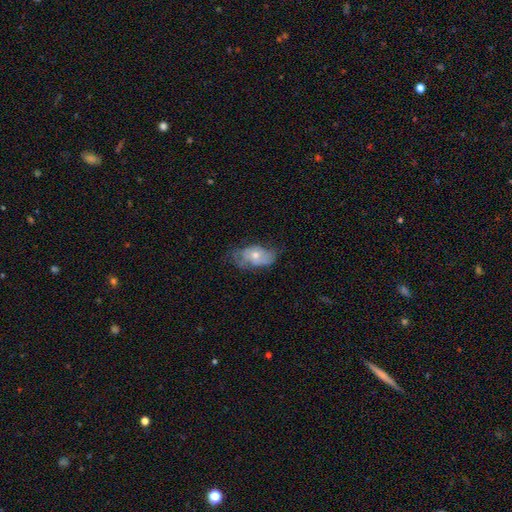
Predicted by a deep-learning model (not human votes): Smooth or featured? Predicted: smooth (p=0.49). Merging? Predicted: none (p=0.44).